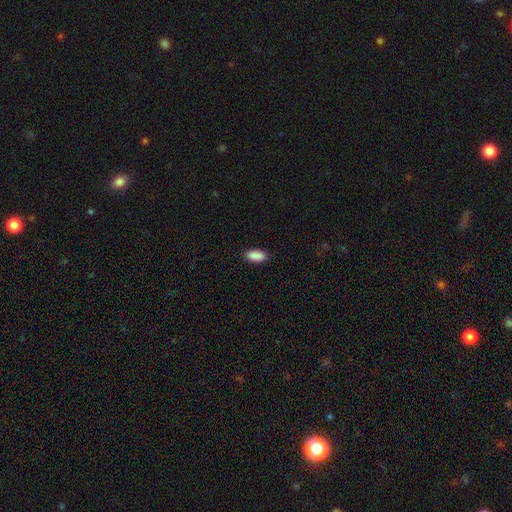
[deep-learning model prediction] This appears to be a smooth galaxy with no disk features (91%) that is in between round and cigar-shaped (88%). Merging: none (89%).